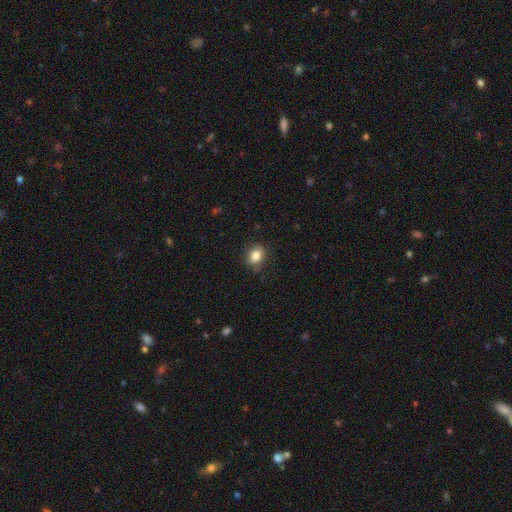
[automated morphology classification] Overall: smooth (82%). How rounded: in between (55%; round 44%). Merging: none (82%).